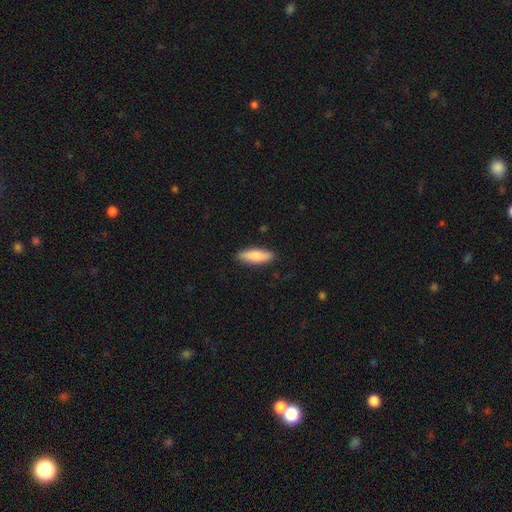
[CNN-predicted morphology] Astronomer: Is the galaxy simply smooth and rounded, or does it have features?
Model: smooth — 81%.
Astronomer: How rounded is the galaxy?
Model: cigar-shaped — 50% (runner-up: in between, 48%).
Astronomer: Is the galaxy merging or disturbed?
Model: none — 86%.